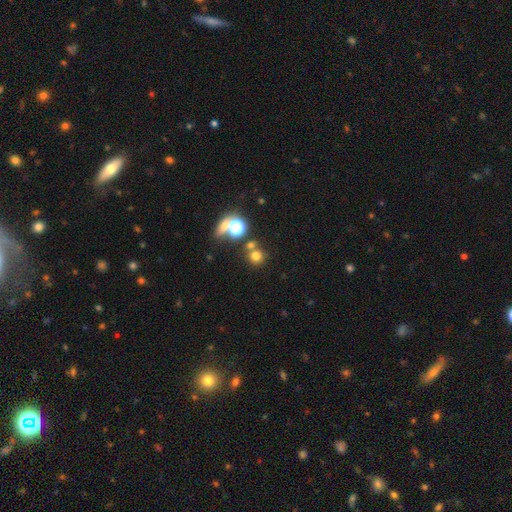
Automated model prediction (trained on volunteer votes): Smooth or featured: smooth — 69% (star or artifact — 23%)
How rounded: round — 90% (in between — 9%)
Merging: none — 67% (merger — 21%)